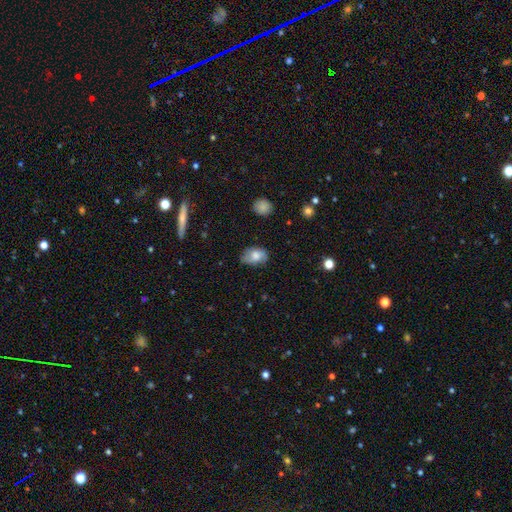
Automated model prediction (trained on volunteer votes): smooth 71%, featured or disk 21%, star or artifact 8%. Down the decision tree: how rounded — in between (83%); merging — none (65%).